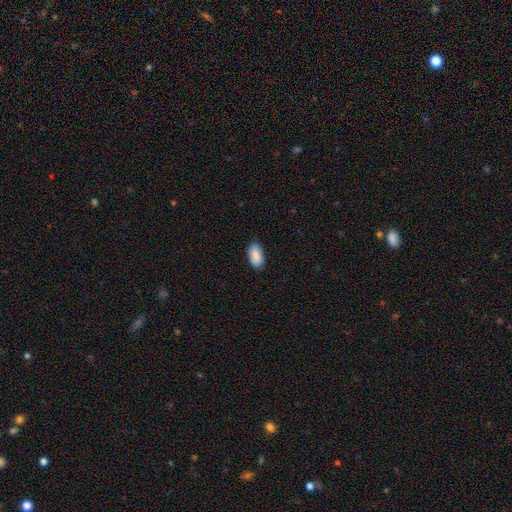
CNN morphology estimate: A smooth galaxy with no disk features (86%) that is in between round and cigar-shaped (94%).

Vote fractions:
- Smooth or featured? smooth: 86% / featured or disk: 8% / star or artifact: 6%
- How rounded? in between: 94% / cigar-shaped: 3% / round: 3%
- Merging? none: 87% / minor disturbance: 10% / major disturbance: 2% / merger: 1%